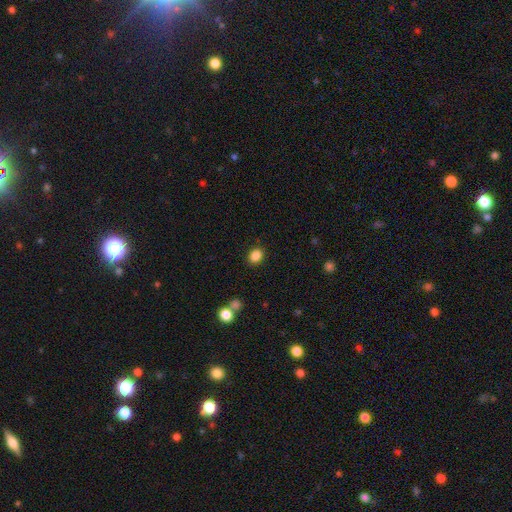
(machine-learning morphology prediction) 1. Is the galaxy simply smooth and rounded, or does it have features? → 86% smooth, 10% star or artifact, 4% featured or disk.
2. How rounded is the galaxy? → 62% in between, 36% round, 1% cigar-shaped.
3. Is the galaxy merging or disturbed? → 87% none, 8% minor disturbance, 2% major disturbance, 2% merger.